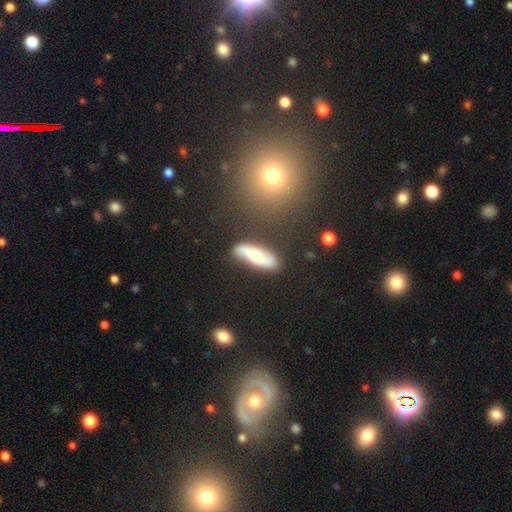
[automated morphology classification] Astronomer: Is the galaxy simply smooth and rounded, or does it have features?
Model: featured or disk — 54% (runner-up: smooth, 40%).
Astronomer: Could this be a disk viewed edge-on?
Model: no — 77%.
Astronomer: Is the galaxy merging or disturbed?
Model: none — 75%.